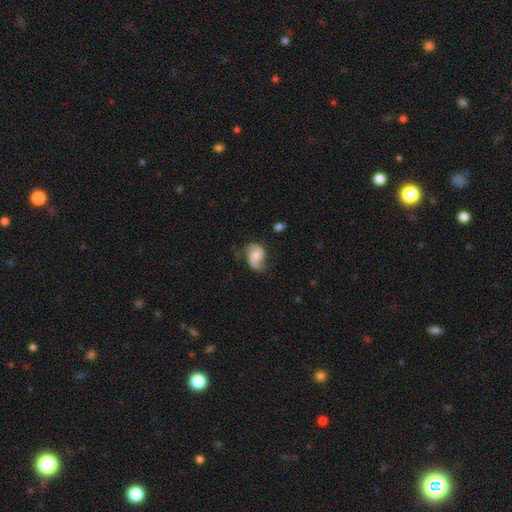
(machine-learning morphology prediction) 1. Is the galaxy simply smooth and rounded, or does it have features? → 71% featured or disk, 22% smooth, 7% star or artifact.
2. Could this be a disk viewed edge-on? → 97% no, 3% yes.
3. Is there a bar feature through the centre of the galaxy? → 56% no, 36% weak, 8% strong.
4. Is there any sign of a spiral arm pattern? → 93% yes, 7% no.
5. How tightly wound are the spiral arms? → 48% loose, 39% medium, 14% tight.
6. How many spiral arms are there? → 87% 2, 5% can't tell, 5% 1, 1% 3, 1% 4, 1% more than 4.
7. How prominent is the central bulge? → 56% moderate, 33% small, 5% none, 5% large, 1% dominant.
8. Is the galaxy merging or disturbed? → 62% none, 26% minor disturbance, 10% major disturbance, 2% merger.